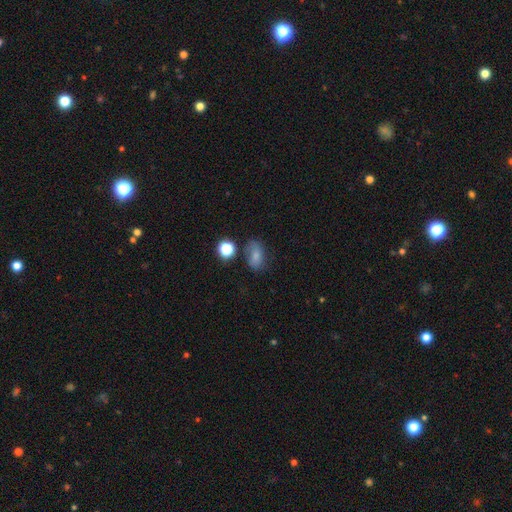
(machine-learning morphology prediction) Smooth or featured: smooth — 75% (star or artifact — 13%)
How rounded: in between — 81% (round — 17%)
Merging: none — 60% (minor disturbance — 24%)